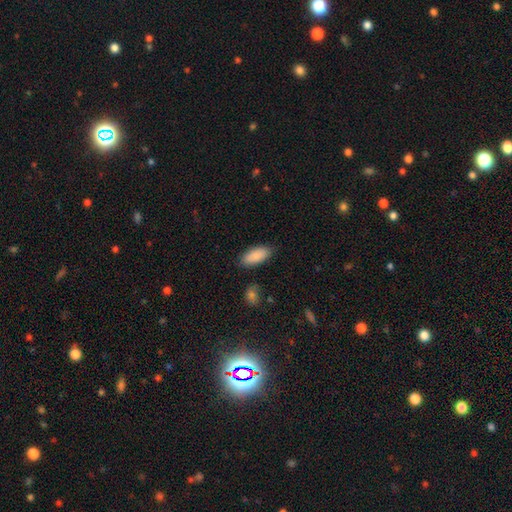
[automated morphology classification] Q: Smooth or featured?
A: smooth (90%); runner-up: star or artifact (6%)
Q: How rounded?
A: in between (88%); runner-up: cigar-shaped (10%)
Q: Merging?
A: none (84%); runner-up: minor disturbance (11%)